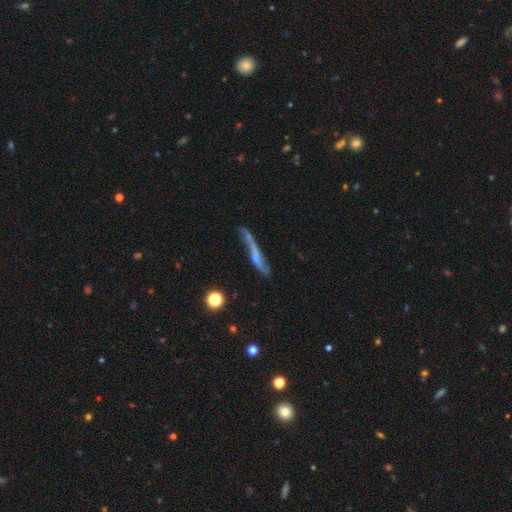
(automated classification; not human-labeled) featured or disk 64%, smooth 27%, star or artifact 9%. Down the decision tree: edge-on disk — yes (54%); merging — none (40%).